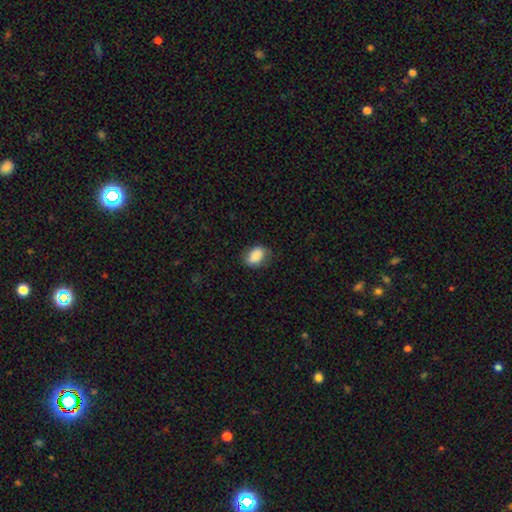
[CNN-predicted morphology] Smooth or featured? smooth (87%)
How rounded? in between (83%)
Merging? none (73%)